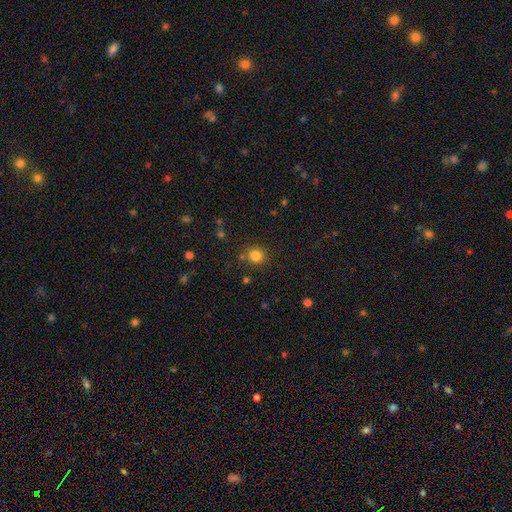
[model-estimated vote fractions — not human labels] A smooth galaxy with no disk features (82%) that is round (90%). Merging: none (81%).